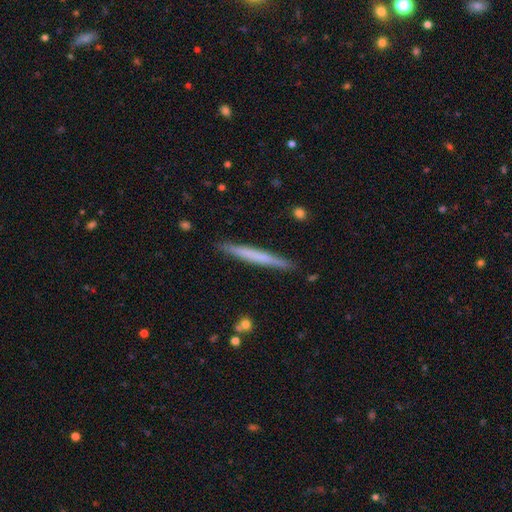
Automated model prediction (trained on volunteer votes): A smooth galaxy with no disk features (57%) that is cigar-shaped (97%).

Vote fractions:
- Smooth or featured? smooth: 57% / featured or disk: 37% / star or artifact: 6%
- How rounded? cigar-shaped: 97% / in between: 2% / round: 1%
- Merging? none: 91% / minor disturbance: 7% / major disturbance: 1% / merger: 1%